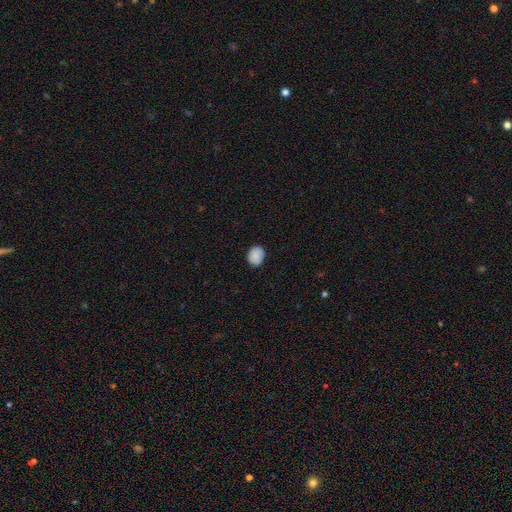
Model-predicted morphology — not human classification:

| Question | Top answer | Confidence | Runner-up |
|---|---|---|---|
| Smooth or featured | smooth | 84% | featured or disk (8%) |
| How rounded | round | 57% | in between (42%) |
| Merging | none | 83% | minor disturbance (14%) |